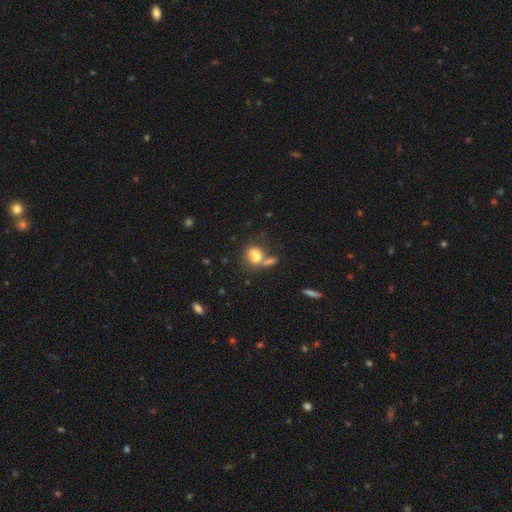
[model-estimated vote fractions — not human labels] Smooth or featured: smooth — 70% (featured or disk — 19%)
How rounded: round — 53% (in between — 44%)
Merging: merger — 53% (none — 30%)